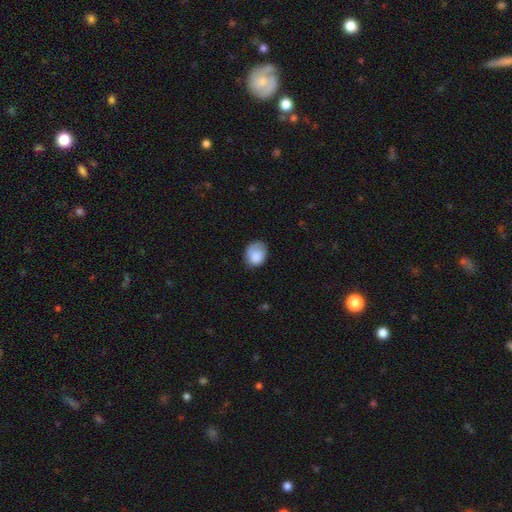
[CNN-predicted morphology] smooth_or_featured: smooth (p=0.85) [alt: featured or disk p=0.08]
how_rounded: round (p=0.50) [alt: in between p=0.49]
merging: none (p=0.62) [alt: minor disturbance p=0.28]